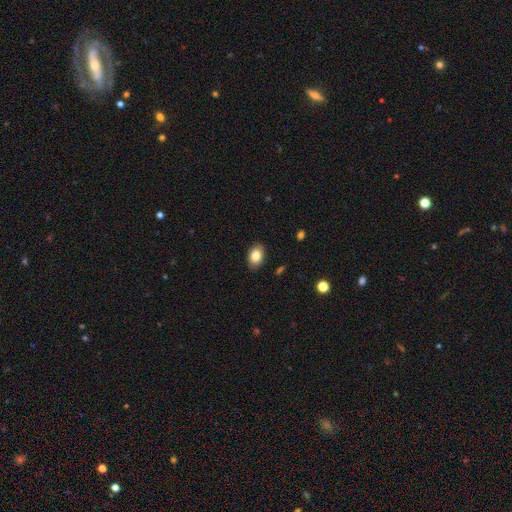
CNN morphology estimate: Smooth or featured? smooth (82%)
How rounded? in between (84%)
Merging? none (87%)